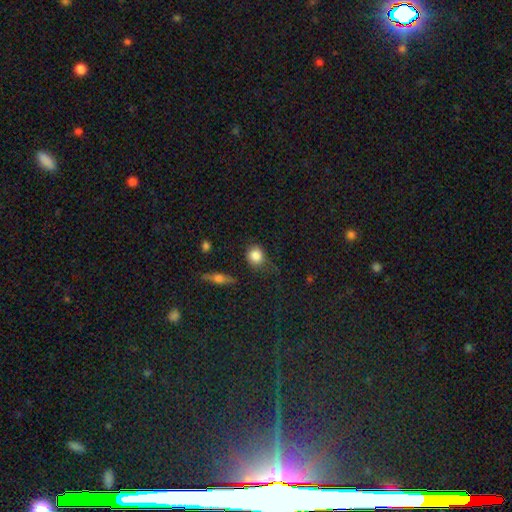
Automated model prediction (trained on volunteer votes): smooth-or-featured: smooth: 83% | star or artifact: 9% | featured or disk: 8%
  how-rounded: round: 80% | in between: 18% | cigar-shaped: 2%
  merging: none: 68% | minor disturbance: 22% | major disturbance: 7% | merger: 4%